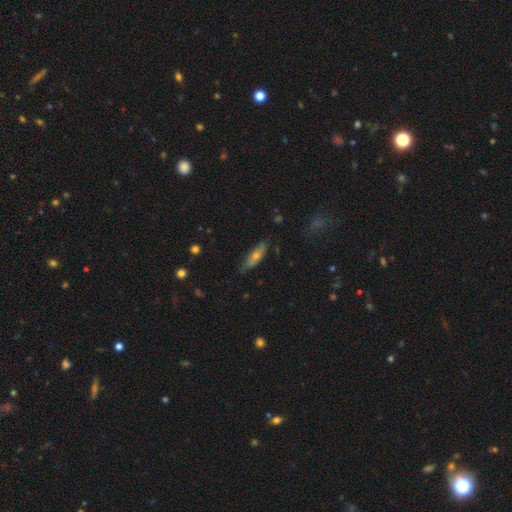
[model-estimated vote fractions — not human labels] A smooth galaxy with no disk features (49%).

Vote fractions:
- Smooth or featured? smooth: 49% / featured or disk: 43% / star or artifact: 8%
- Merging? none: 79% / minor disturbance: 17% / major disturbance: 3% / merger: 1%